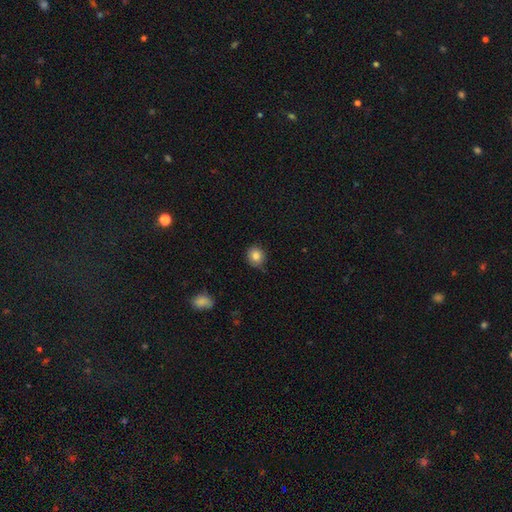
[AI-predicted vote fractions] A smooth galaxy with no disk features (84%) that is round (78%).

Vote fractions:
- Smooth or featured? smooth: 84% / star or artifact: 10% / featured or disk: 6%
- How rounded? round: 78% / in between: 21% / cigar-shaped: 1%
- Merging? none: 79% / minor disturbance: 17% / major disturbance: 3% / merger: 1%